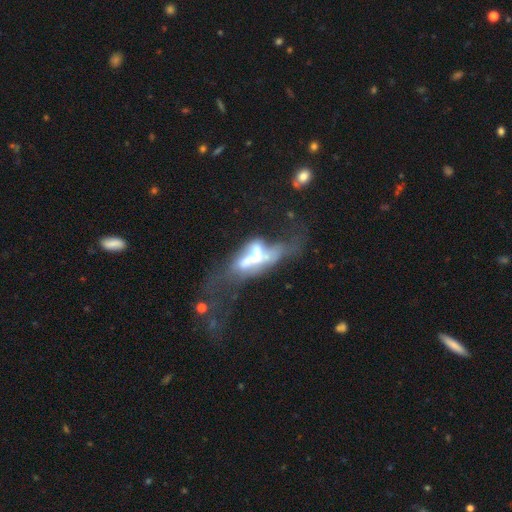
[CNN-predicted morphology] This is likely a featured or disk galaxy (60%). It is clearly not viewed edge-on (80%). Merging: possibly merger (52%).